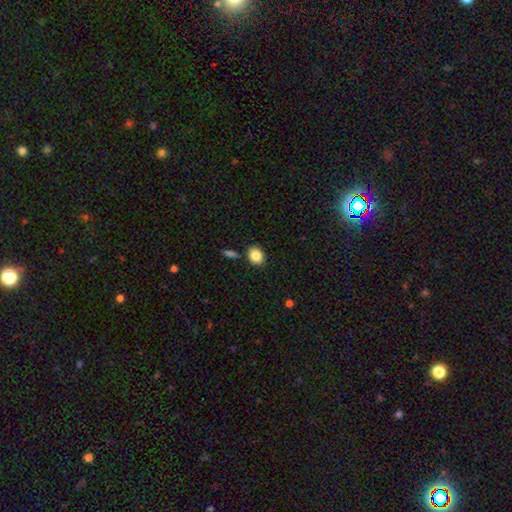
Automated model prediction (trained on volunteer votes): Morphology: type=smooth (86%); roundness=in between (51%); merging=none (84%).